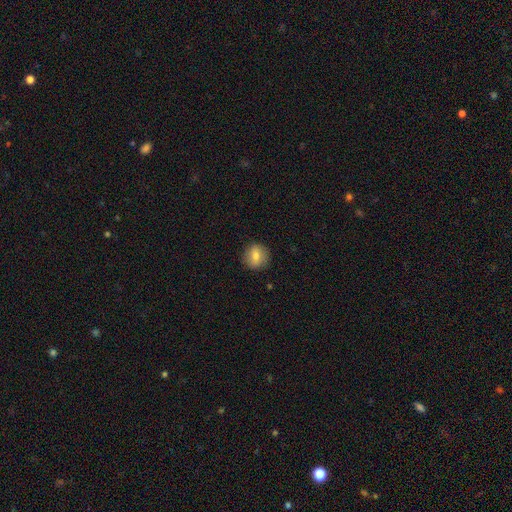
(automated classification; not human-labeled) Smooth or featured?
  - smooth: 73% *
  - featured or disk: 18%
  - star or artifact: 9%
How rounded?
  - round: 83% *
  - in between: 15%
  - cigar-shaped: 1%
Merging?
  - none: 86% *
  - minor disturbance: 10%
  - major disturbance: 3%
  - merger: 1%